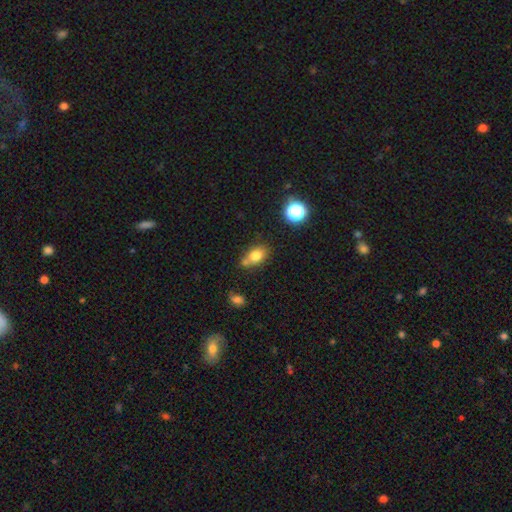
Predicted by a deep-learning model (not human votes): smooth_or_featured: smooth (p=0.77) [alt: star or artifact p=0.12]
how_rounded: in between (p=0.73) [alt: round p=0.24]
merging: none (p=0.53) [alt: merger p=0.25]